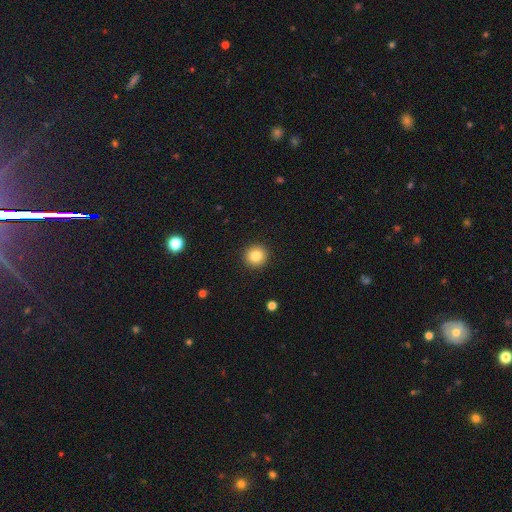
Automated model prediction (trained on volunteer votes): This appears to be a smooth galaxy with no disk features (83%) that is round (94%). Merging: none (93%).